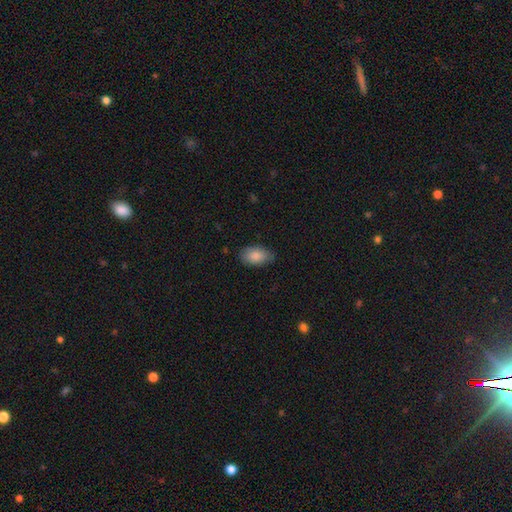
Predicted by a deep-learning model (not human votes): Smooth or featured? Predicted: smooth (p=0.87). How rounded? Predicted: in between (p=0.92). Merging? Predicted: none (p=0.76).